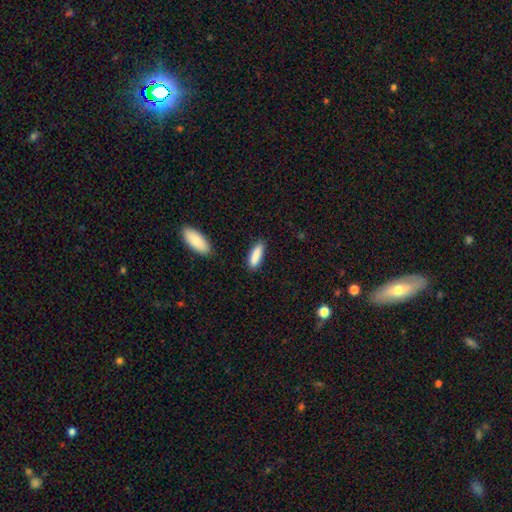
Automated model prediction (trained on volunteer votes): Smooth or featured?
  - smooth: 87% *
  - featured or disk: 6%
  - star or artifact: 6%
How rounded?
  - cigar-shaped: 50% *
  - in between: 49%
  - round: 1%
Merging?
  - none: 83% *
  - minor disturbance: 12%
  - major disturbance: 3%
  - merger: 3%